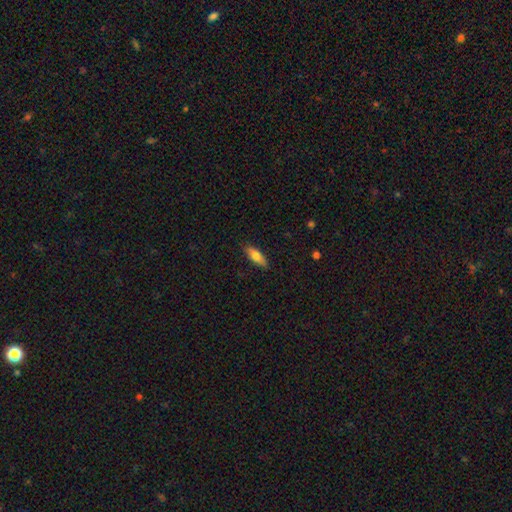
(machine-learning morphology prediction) This appears to be a smooth galaxy with no disk features (73%) that is in between round and cigar-shaped (59%). Merging: none (86%).